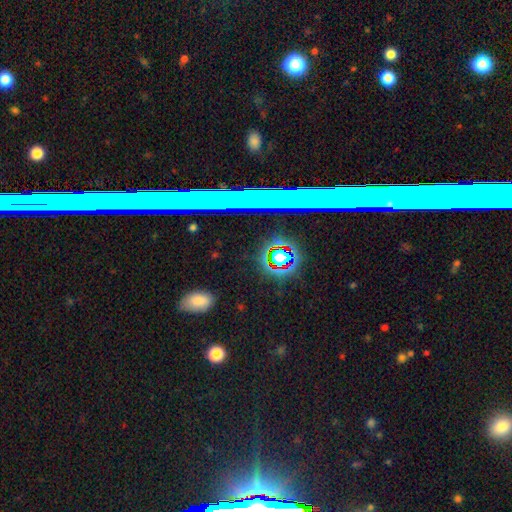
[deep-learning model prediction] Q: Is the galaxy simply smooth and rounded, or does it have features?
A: star or artifact — 69%.